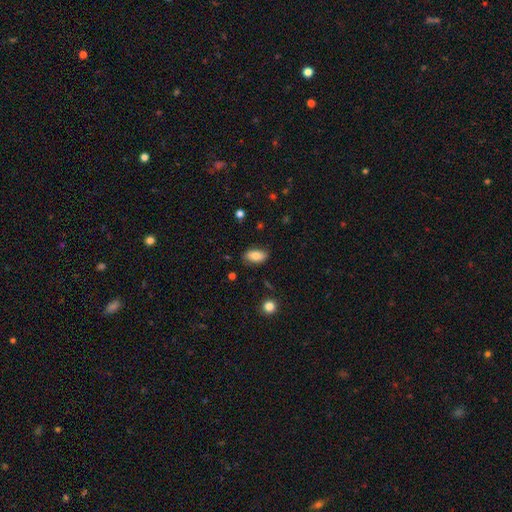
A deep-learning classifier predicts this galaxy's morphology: A smooth galaxy with no disk features (80%) that is in between round and cigar-shaped (91%). Merging: none (82%).